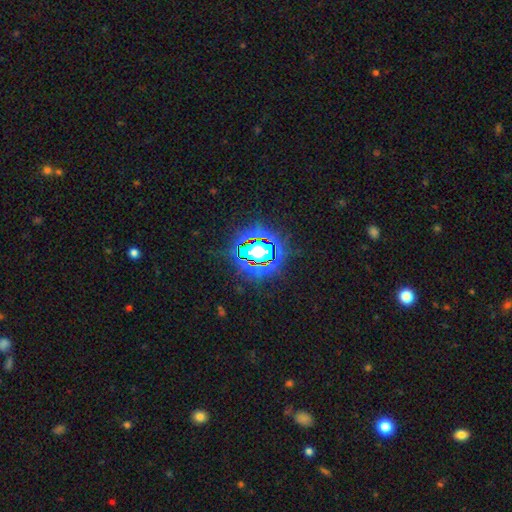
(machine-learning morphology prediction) Q: Smooth or featured?
A: star or artifact (72%); runner-up: smooth (16%)